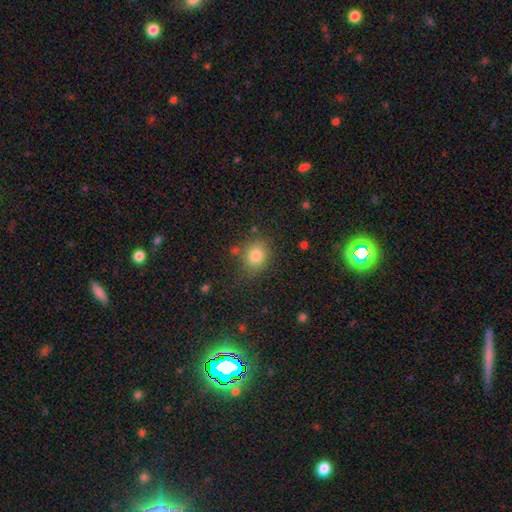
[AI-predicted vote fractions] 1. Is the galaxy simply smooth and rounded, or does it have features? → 81% smooth, 11% star or artifact, 7% featured or disk.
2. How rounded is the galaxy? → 71% round, 28% in between, 1% cigar-shaped.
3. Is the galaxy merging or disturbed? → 78% none, 14% minor disturbance, 5% major disturbance, 4% merger.